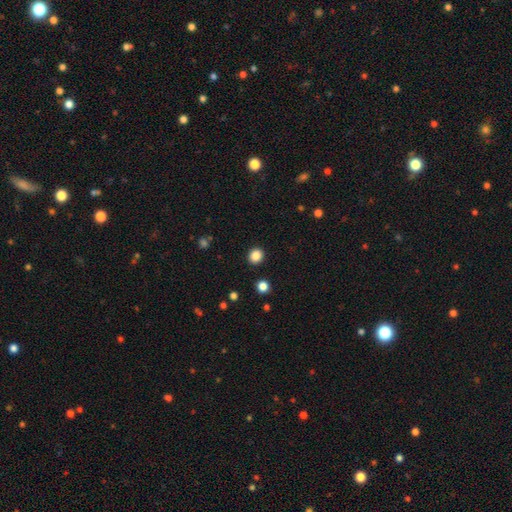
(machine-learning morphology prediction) A smooth galaxy with no disk features (86%) that is round (77%). Merging: none (91%).